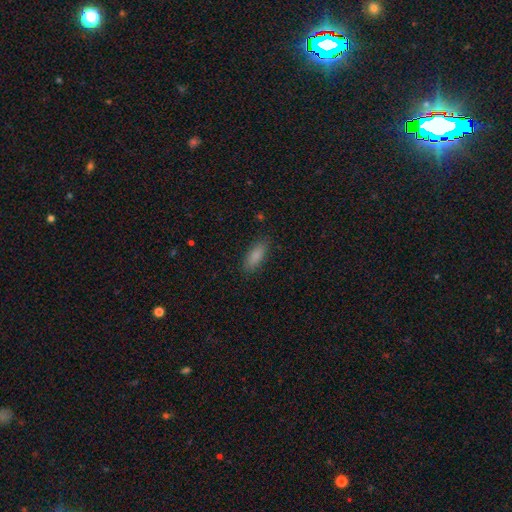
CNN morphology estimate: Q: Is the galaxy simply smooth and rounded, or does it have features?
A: smooth — 87%.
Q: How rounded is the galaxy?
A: in between — 73%.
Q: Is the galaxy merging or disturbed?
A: none — 86%.